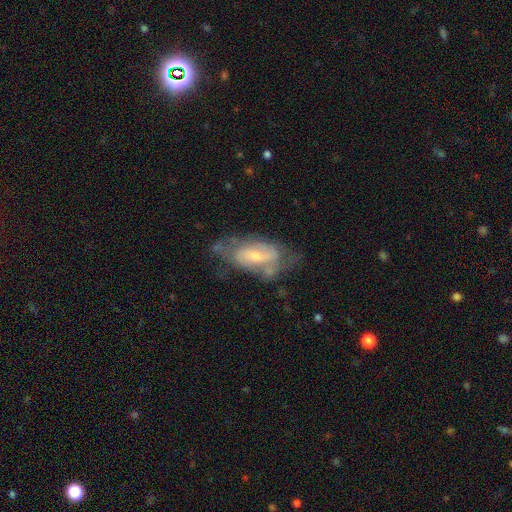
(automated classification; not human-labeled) A featured or disk galaxy (67%) with a weak bar (43%), spiral arms (72%) and a small central bulge (55%). Merging: none (46%).